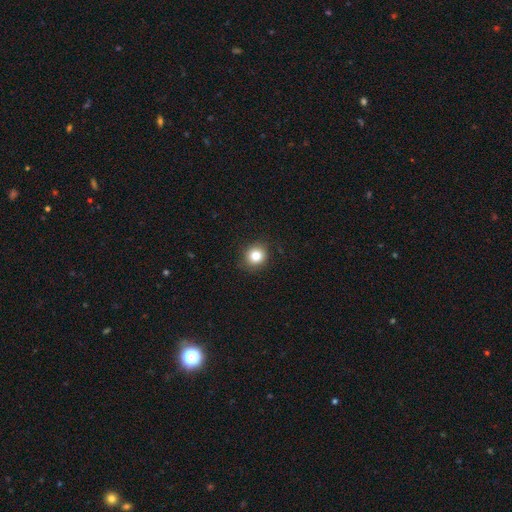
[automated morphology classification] A smooth galaxy with no disk features (82%) that is round (88%). Merging: none (89%).